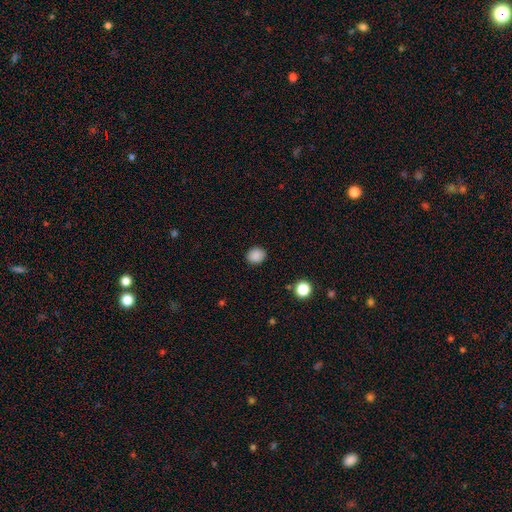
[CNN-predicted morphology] The model was most divided on "how rounded": round: 71%, in between: 28%, cigar-shaped: 1%. More confident: merging — none (89%); smooth or featured — smooth (87%).